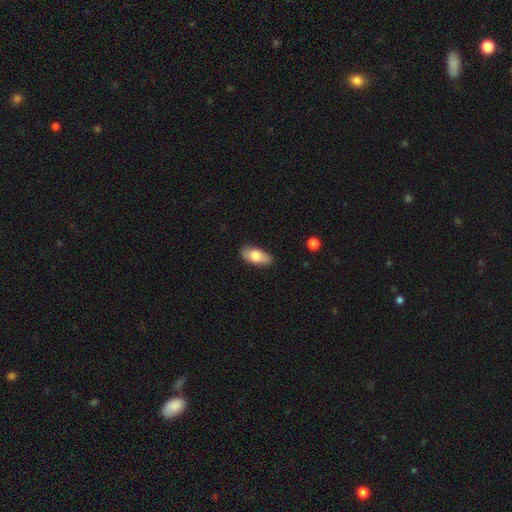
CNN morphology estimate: The model was most divided on "smooth or featured": smooth: 75%, featured or disk: 19%, star or artifact: 6%. More confident: how rounded — in between (89%); merging — none (84%).